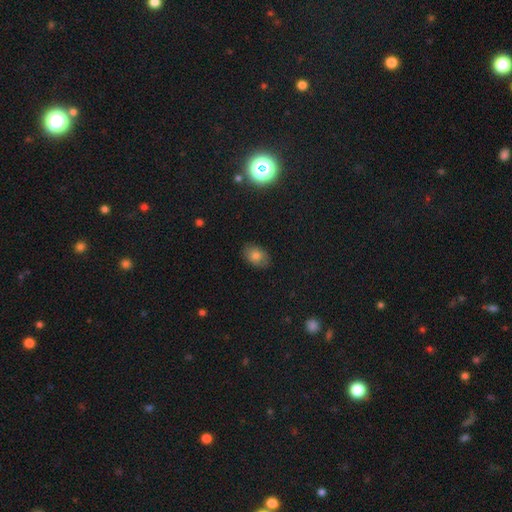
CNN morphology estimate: Smooth or featured: smooth — 77% (star or artifact — 12%)
How rounded: in between — 80% (round — 19%)
Merging: none — 85% (minor disturbance — 12%)